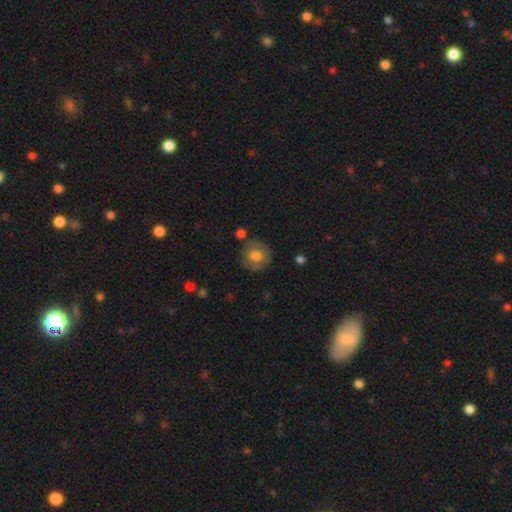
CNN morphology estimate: This appears to be a smooth galaxy with no disk features (62%) that is round (85%). Merging: none (78%).